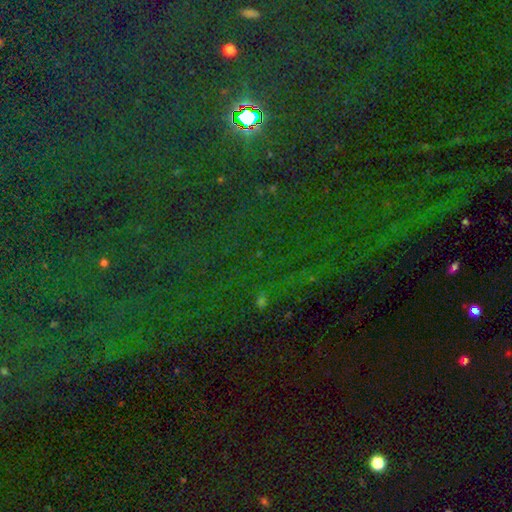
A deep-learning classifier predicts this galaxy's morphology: smooth_or_featured: star or artifact (p=0.82) [alt: smooth p=0.10]